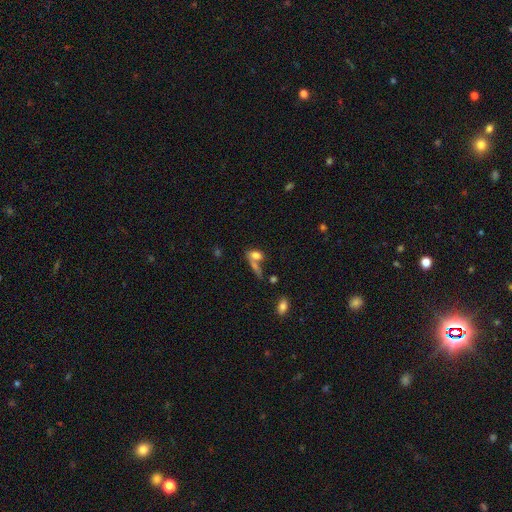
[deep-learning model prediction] smooth 72%, featured or disk 16%, star or artifact 11%. Down the decision tree: how rounded — in between (76%); merging — merger (46%).